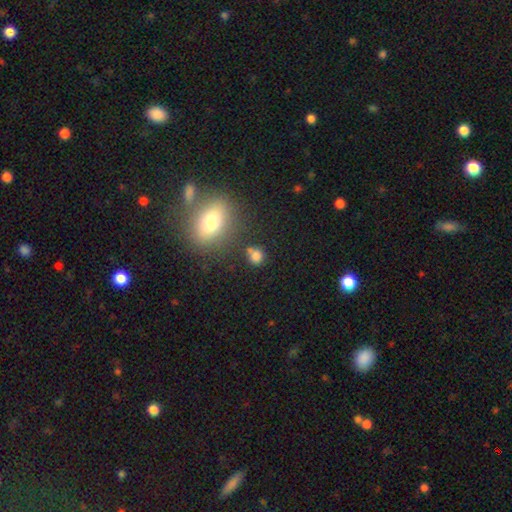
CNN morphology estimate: Smooth or featured: smooth — 79% (star or artifact — 15%)
How rounded: round — 74% (in between — 24%)
Merging: none — 62% (merger — 18%)